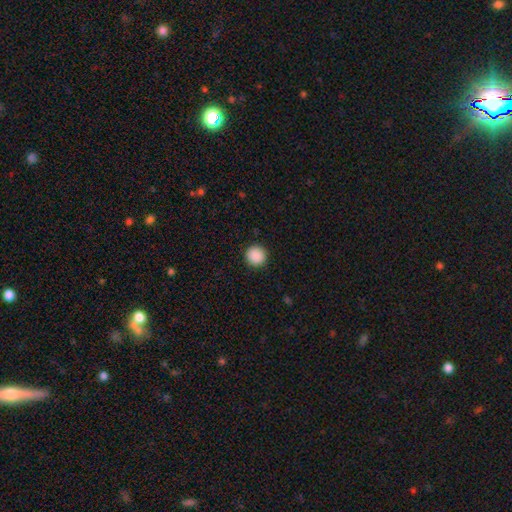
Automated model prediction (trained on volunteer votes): Overall: smooth (90%). How rounded: round (95%). Merging: none (92%).